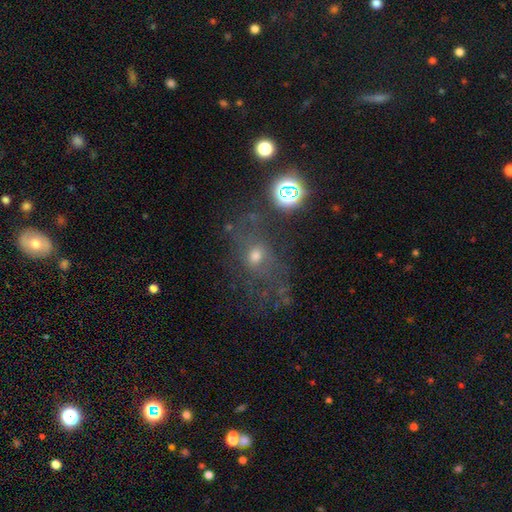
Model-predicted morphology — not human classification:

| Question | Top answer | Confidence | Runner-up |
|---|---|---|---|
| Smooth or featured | smooth | 42% | featured or disk (32%) |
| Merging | none | 48% | major disturbance (27%) |